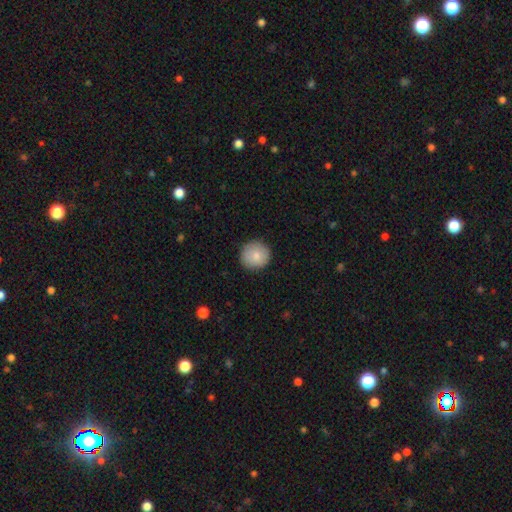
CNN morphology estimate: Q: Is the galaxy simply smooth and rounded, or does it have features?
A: smooth — 83%.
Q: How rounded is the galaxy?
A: round — 93%.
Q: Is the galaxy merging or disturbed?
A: none — 89%.